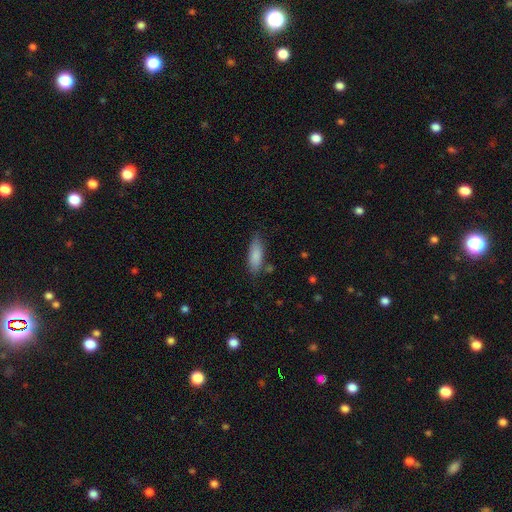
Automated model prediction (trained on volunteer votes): A smooth galaxy with no disk features (85%) that is in between round and cigar-shaped (65%).

Vote fractions:
- Smooth or featured? smooth: 85% / featured or disk: 9% / star or artifact: 6%
- How rounded? in between: 65% / cigar-shaped: 33% / round: 2%
- Merging? none: 72% / minor disturbance: 20% / merger: 4% / major disturbance: 4%